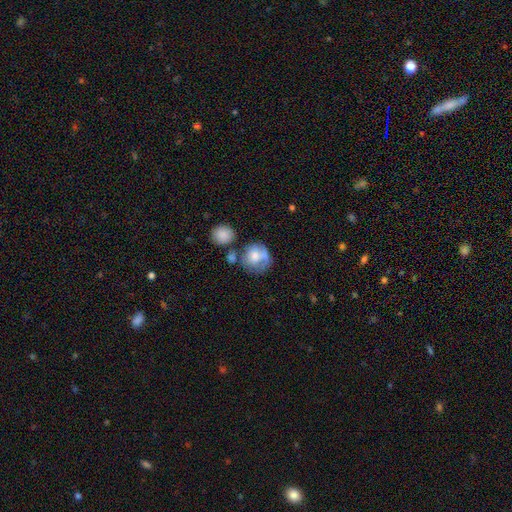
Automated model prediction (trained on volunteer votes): smooth_or_featured: smooth (p=0.62) [alt: featured or disk p=0.29]
how_rounded: round (p=0.79) [alt: in between p=0.20]
merging: none (p=0.43) [alt: minor disturbance p=0.23]